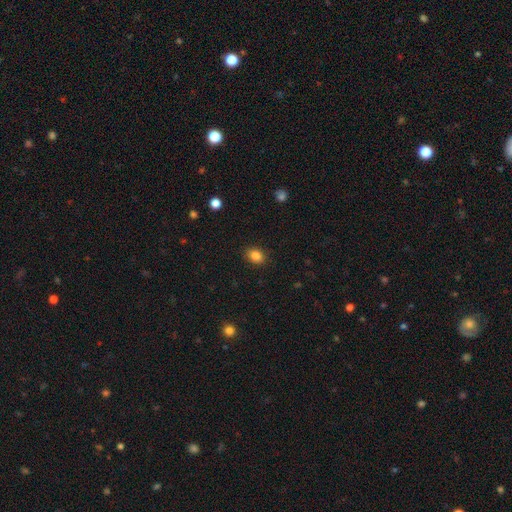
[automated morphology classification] Overall: smooth (85%). How rounded: in between (61%; round 38%). Merging: none (89%).